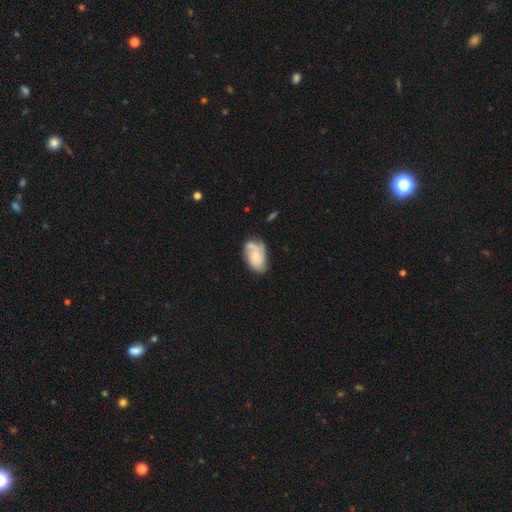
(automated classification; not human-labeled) Q: Smooth or featured?
A: featured or disk (49%); runner-up: smooth (44%)
Q: Merging?
A: none (48%); runner-up: minor disturbance (30%)